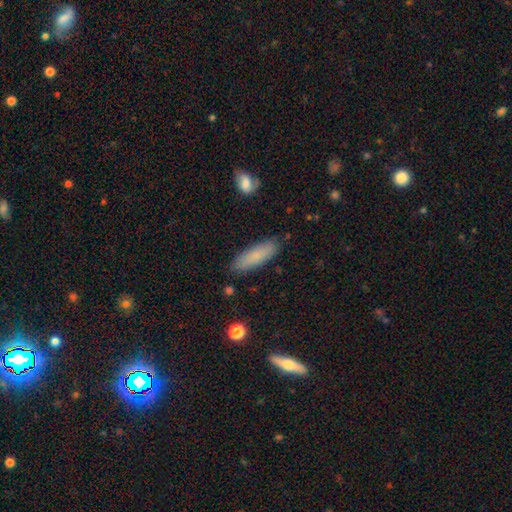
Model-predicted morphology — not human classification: This appears to be a smooth galaxy with no disk features (81%) that is cigar-shaped (55%). Merging: none (85%).